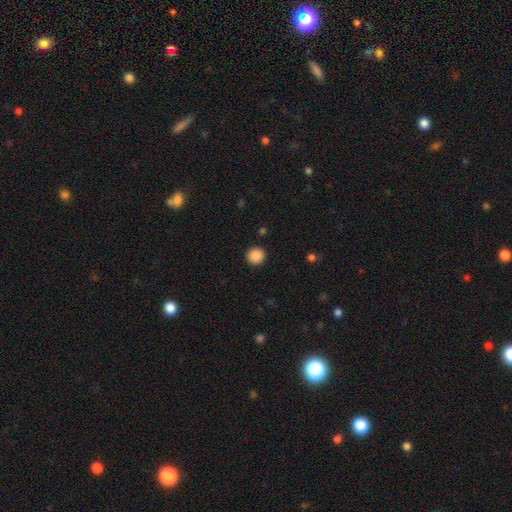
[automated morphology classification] Smooth or featured?
  - smooth: 88% *
  - star or artifact: 9%
  - featured or disk: 3%
How rounded?
  - round: 94% *
  - in between: 6%
  - cigar-shaped: 1%
Merging?
  - none: 92% *
  - minor disturbance: 5%
  - major disturbance: 2%
  - merger: 1%